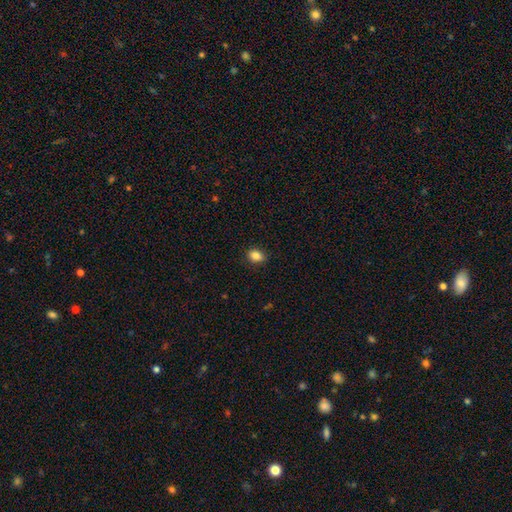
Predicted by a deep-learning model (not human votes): Smooth or featured? Predicted: smooth (p=0.86). How rounded? Predicted: in between (p=0.70). Merging? Predicted: none (p=0.88).